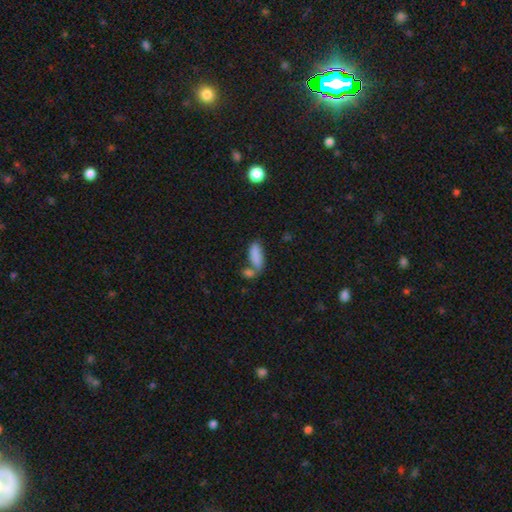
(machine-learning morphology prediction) Smooth or featured: smooth — 84% (featured or disk — 8%)
How rounded: in between — 75% (cigar-shaped — 22%)
Merging: none — 45% (merger — 34%)